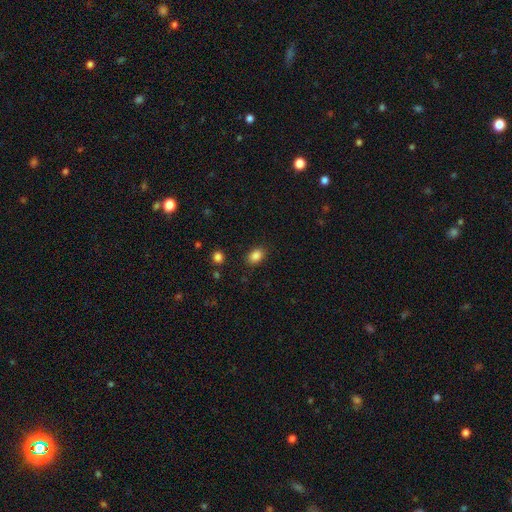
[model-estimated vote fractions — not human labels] Smooth or featured? Predicted: smooth (p=0.86). How rounded? Predicted: in between (p=0.80). Merging? Predicted: none (p=0.86).